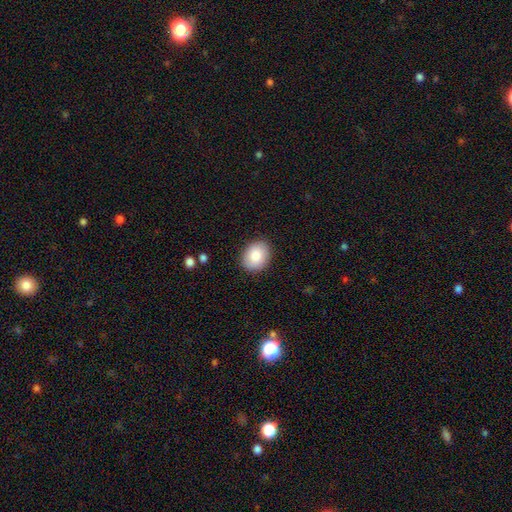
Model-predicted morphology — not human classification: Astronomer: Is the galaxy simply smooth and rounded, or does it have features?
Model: smooth — 86%.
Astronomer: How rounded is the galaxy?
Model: in between — 57% (runner-up: round, 42%).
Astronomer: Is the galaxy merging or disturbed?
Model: none — 87%.